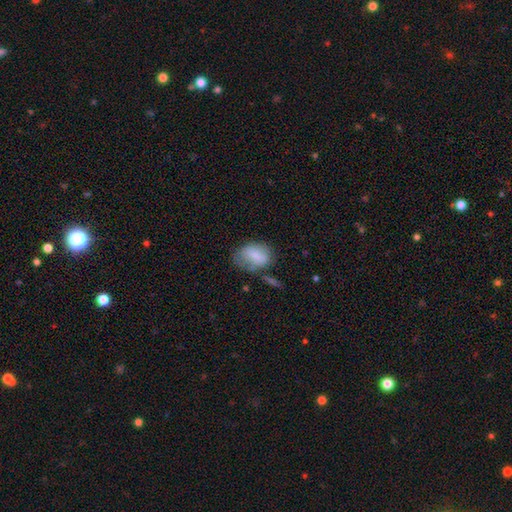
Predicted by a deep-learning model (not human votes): Overall: smooth (74%). How rounded: in between (78%). Merging: none (49%; minor disturbance 29%).